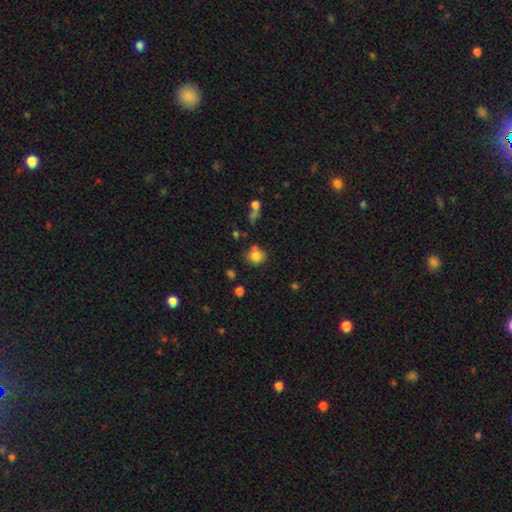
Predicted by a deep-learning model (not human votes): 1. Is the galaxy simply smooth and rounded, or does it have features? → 80% smooth, 12% star or artifact, 8% featured or disk.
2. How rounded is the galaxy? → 73% round, 26% in between, 1% cigar-shaped.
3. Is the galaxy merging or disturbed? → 66% none, 15% minor disturbance, 14% merger, 5% major disturbance.